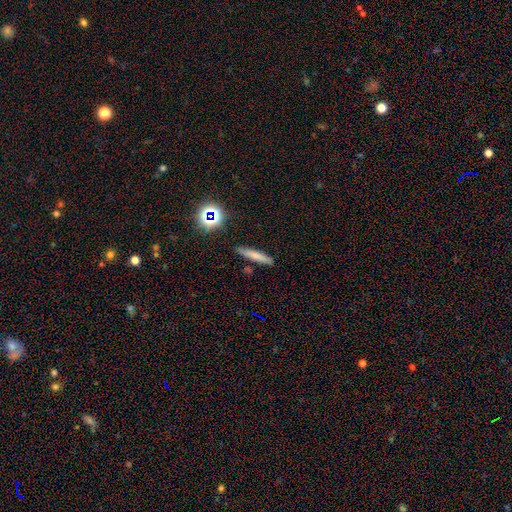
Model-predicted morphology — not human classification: Overall: smooth (71%). How rounded: cigar-shaped (92%). Merging: none (86%).